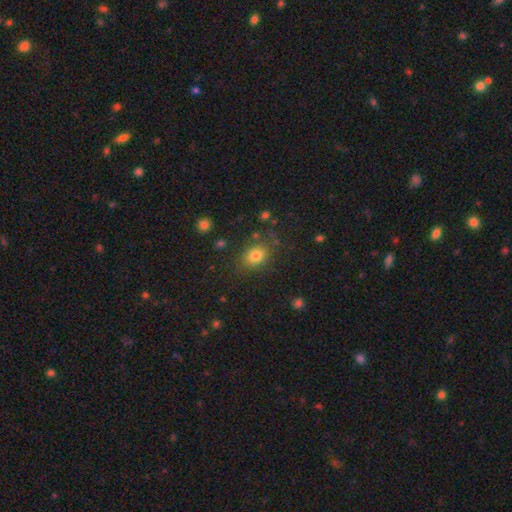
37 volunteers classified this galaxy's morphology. Overall: smooth (89%). How rounded: in between (73%). Merging: none (83%).